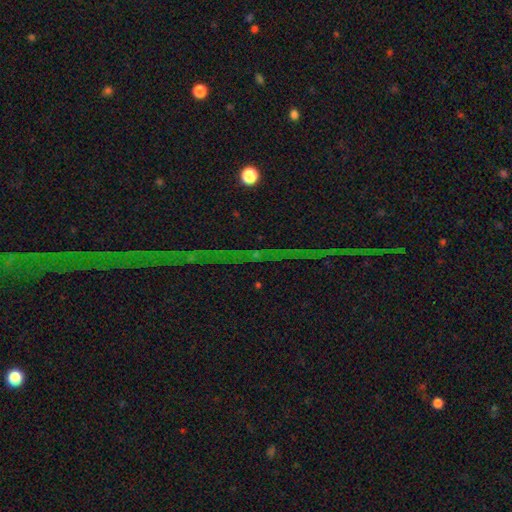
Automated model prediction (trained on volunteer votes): Smooth or featured?
  - star or artifact: 86% *
  - featured or disk: 8%
  - smooth: 6%